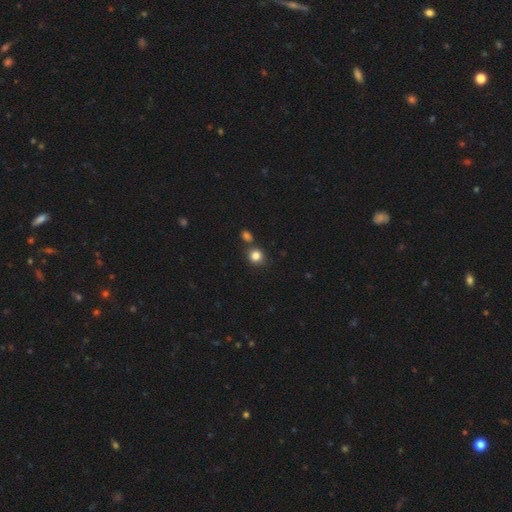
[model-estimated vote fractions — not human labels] Smooth or featured? Predicted: smooth (p=0.83). How rounded? Predicted: round (p=0.84). Merging? Predicted: none (p=0.70).